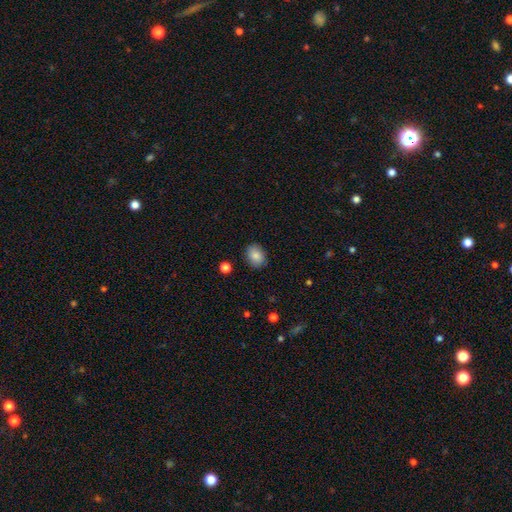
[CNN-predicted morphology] smooth-or-featured: smooth: 86% | star or artifact: 8% | featured or disk: 6%
  how-rounded: in between: 62% | round: 37% | cigar-shaped: 1%
  merging: none: 86% | minor disturbance: 11% | major disturbance: 2% | merger: 1%